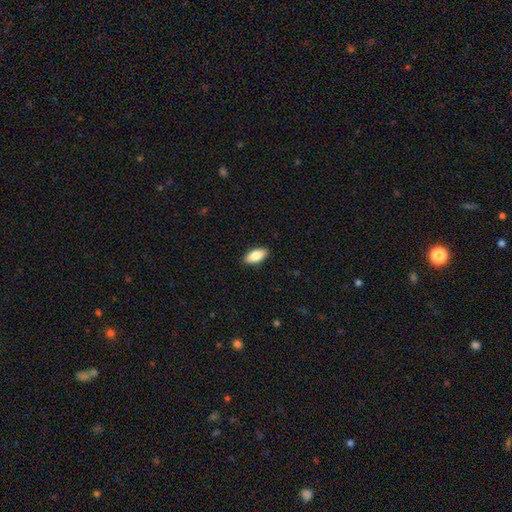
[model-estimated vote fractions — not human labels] A smooth galaxy with no disk features (81%) that is in between round and cigar-shaped (88%). Merging: none (89%).